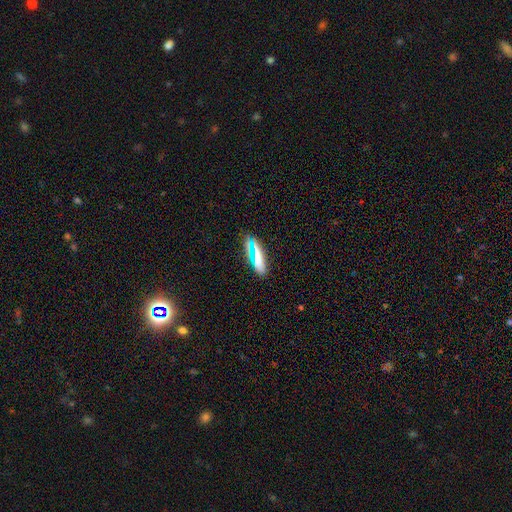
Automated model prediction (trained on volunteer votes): Smooth or featured: smooth — 67% (featured or disk — 20%)
How rounded: cigar-shaped — 57% (in between — 38%)
Merging: none — 75% (minor disturbance — 15%)